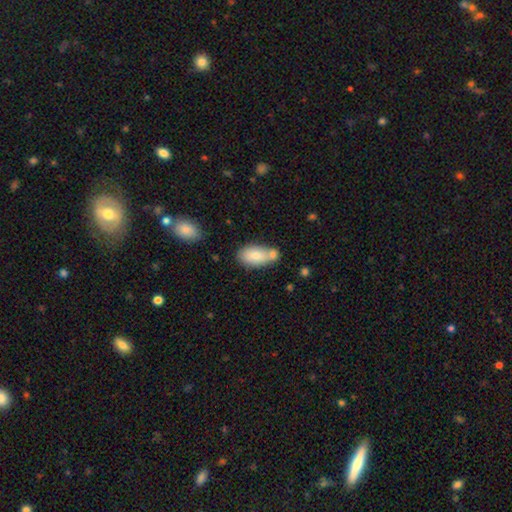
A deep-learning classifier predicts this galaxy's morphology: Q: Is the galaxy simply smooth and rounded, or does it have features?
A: smooth — 78%.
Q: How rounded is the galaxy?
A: in between — 92%.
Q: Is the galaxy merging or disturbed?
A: none — 49%.